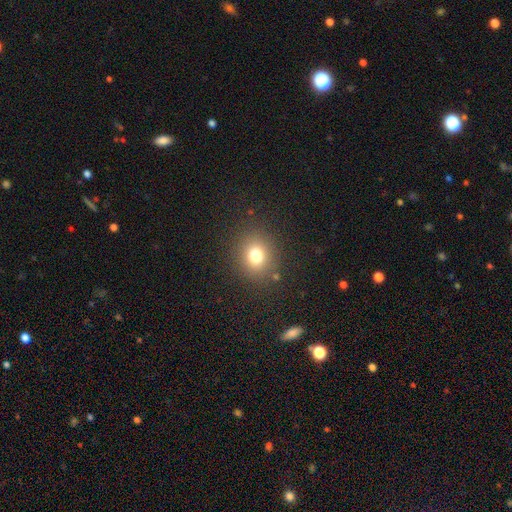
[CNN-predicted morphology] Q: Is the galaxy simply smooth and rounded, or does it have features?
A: smooth — 75%.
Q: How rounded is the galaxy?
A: round — 73%.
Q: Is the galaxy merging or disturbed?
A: none — 86%.